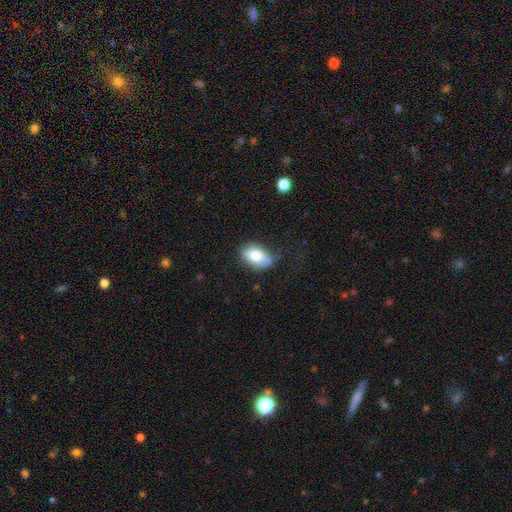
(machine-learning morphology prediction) This appears to be a smooth galaxy with no disk features (64%) that is in between round and cigar-shaped (84%). Merging: none (64%).